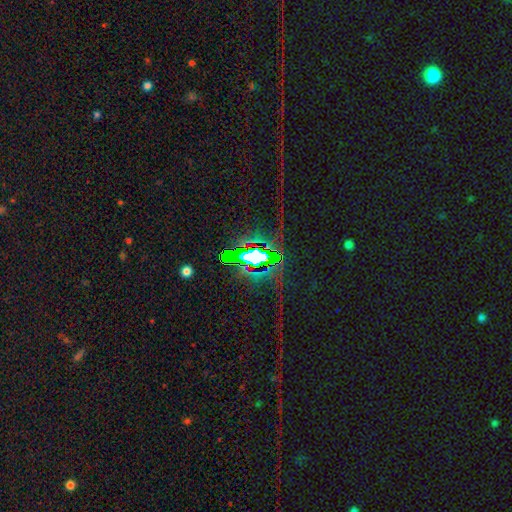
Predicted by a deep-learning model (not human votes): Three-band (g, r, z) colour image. It shows a star or artifact, not a galaxy (67%).